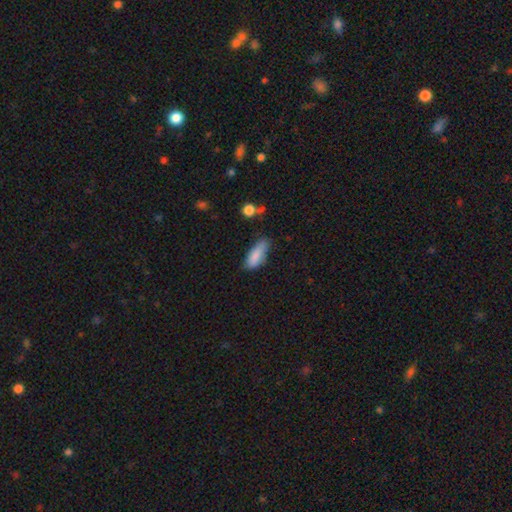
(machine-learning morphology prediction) Overall: smooth (84%). How rounded: in between (70%). Merging: none (56%; minor disturbance 33%).